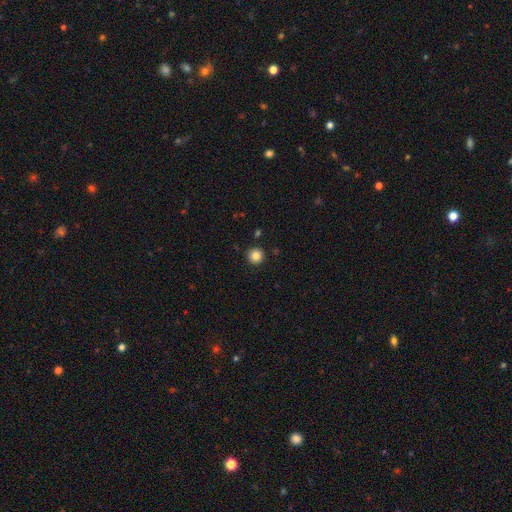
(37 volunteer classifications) Smooth or featured?
  - smooth: 100% *
  - featured or disk: 0%
  - star or artifact: 0%
How rounded?
  - round: 95% *
  - in between: 5%
  - cigar-shaped: 0%
Merging?
  - none: 97% *
  - minor disturbance: 3%
  - major disturbance: 0%
  - merger: 0%